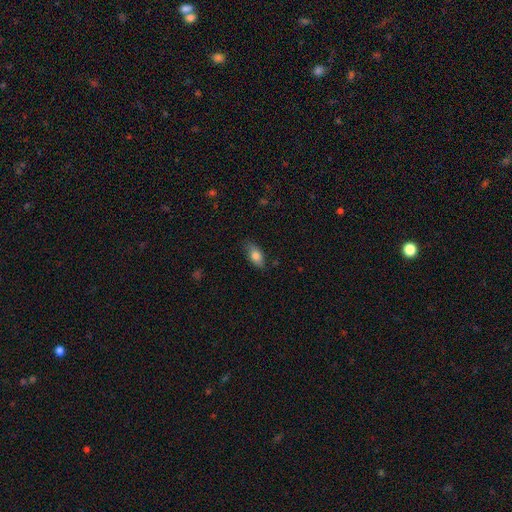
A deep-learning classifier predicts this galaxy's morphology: Smooth or featured: smooth — 80% (featured or disk — 13%)
How rounded: in between — 88% (cigar-shaped — 7%)
Merging: none — 78% (minor disturbance — 17%)